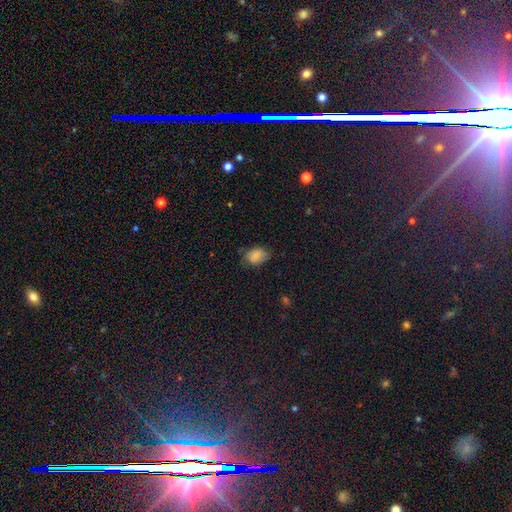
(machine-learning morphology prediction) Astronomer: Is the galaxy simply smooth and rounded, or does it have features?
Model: smooth — 81%.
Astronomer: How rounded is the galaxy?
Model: in between — 76%.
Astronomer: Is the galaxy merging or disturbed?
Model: none — 60%.